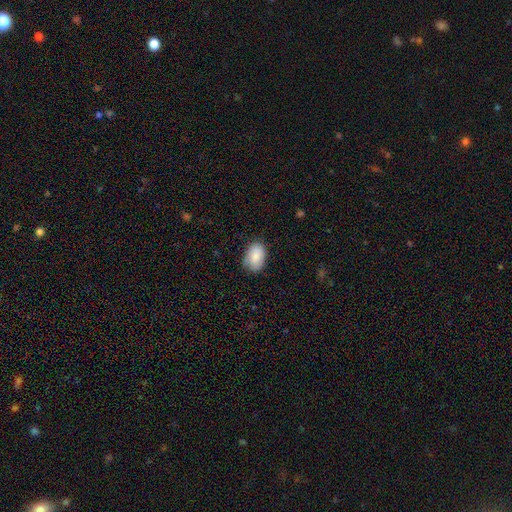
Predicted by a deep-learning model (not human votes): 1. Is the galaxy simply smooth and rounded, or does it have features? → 84% smooth, 9% featured or disk, 7% star or artifact.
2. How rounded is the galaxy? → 86% in between, 13% round, 1% cigar-shaped.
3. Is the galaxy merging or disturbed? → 71% none, 23% minor disturbance, 4% major disturbance, 1% merger.